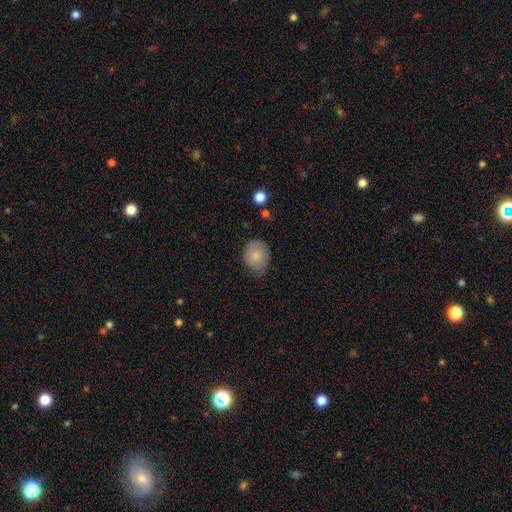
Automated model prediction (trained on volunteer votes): smooth 80%, featured or disk 12%, star or artifact 7%. Down the decision tree: how rounded — round (53%); merging — none (64%).